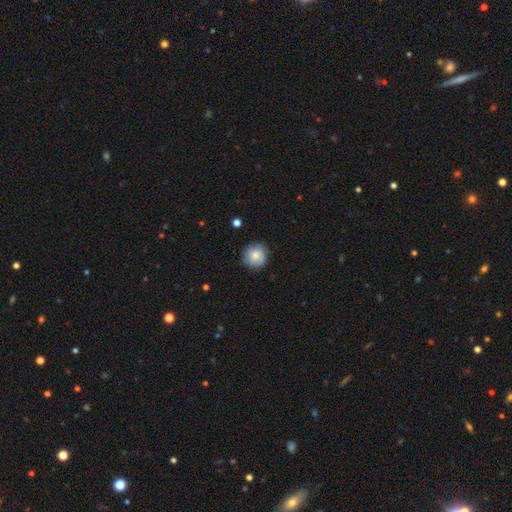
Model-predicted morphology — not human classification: Smooth or featured? Predicted: smooth (p=0.66). How rounded? Predicted: round (p=0.91). Merging? Predicted: none (p=0.79).